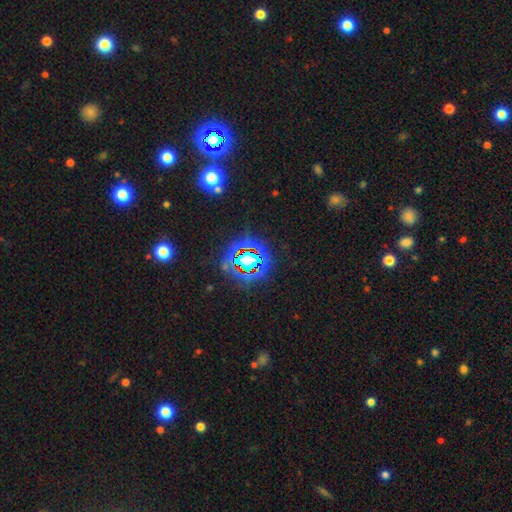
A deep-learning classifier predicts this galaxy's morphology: smooth-or-featured: star or artifact: 80% | smooth: 12% | featured or disk: 8%